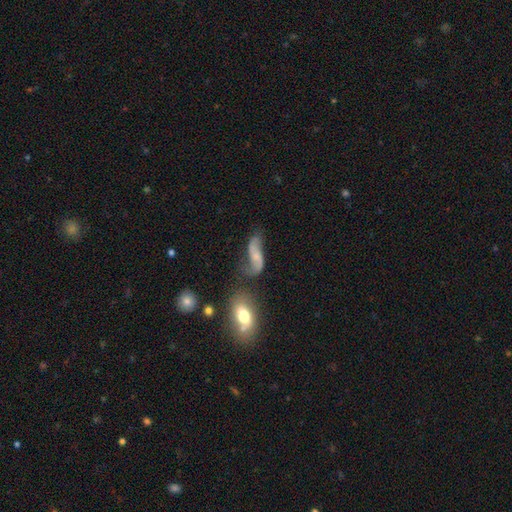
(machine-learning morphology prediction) A featured or disk galaxy (64%) with no bar (55%), 2 (89%) loose (81%) spiral arms (86%) and a small central bulge (44%).

Vote fractions:
- Smooth or featured? featured or disk: 64% / smooth: 27% / star or artifact: 9%
- Edge-on disk? no: 92% / yes: 8%
- Bar? no: 55% / weak: 34% / strong: 11%
- Spiral arms? yes: 86% / no: 14%
- Spiral winding? loose: 81% / medium: 14% / tight: 5%
- Spiral arm count? 2: 89% / can't tell: 4% / 1: 4% / 3: 1% / 4: 1% / more than 4: 1%
- Bulge size? small: 44% / none: 30% / moderate: 21% / large: 3% / dominant: 2%
- Merging? none: 45% / minor disturbance: 23% / major disturbance: 17% / merger: 14%